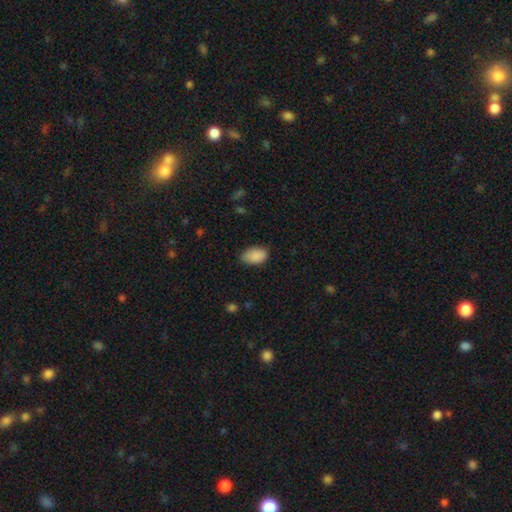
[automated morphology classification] Q: Smooth or featured?
A: smooth (88%); runner-up: star or artifact (7%)
Q: How rounded?
A: in between (91%); runner-up: round (7%)
Q: Merging?
A: none (69%); runner-up: minor disturbance (25%)